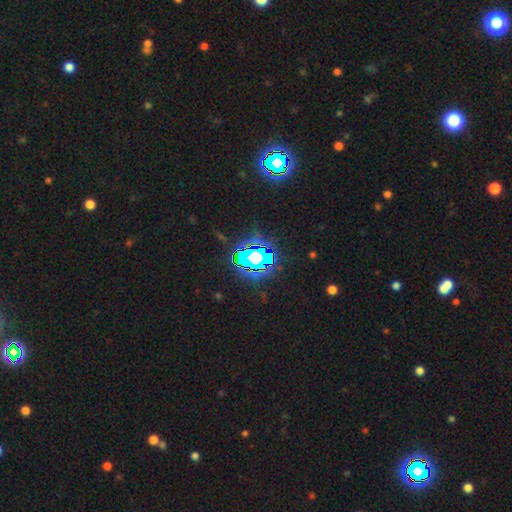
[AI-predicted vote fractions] The model was most divided on "smooth or featured": star or artifact: 84%, smooth: 10%, featured or disk: 6%.